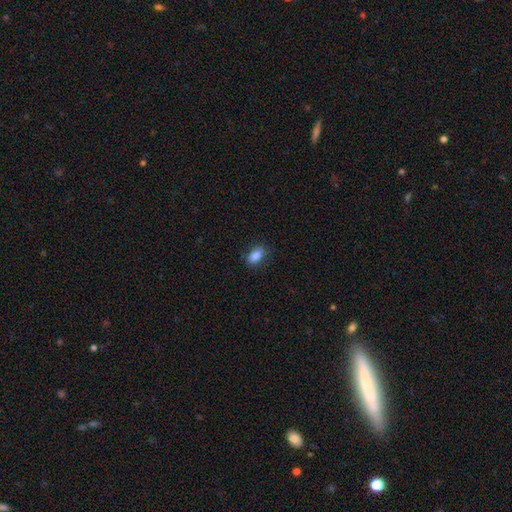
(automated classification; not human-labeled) Smooth or featured?
  - smooth: 85% *
  - star or artifact: 9%
  - featured or disk: 6%
How rounded?
  - in between: 87% *
  - round: 8%
  - cigar-shaped: 6%
Merging?
  - none: 73% *
  - minor disturbance: 20%
  - major disturbance: 5%
  - merger: 2%